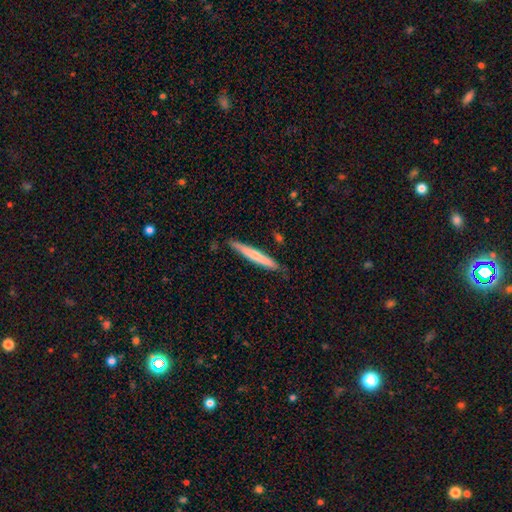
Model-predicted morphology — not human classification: type=smooth (61%); roundness=cigar-shaped (96%); merging=none (86%).